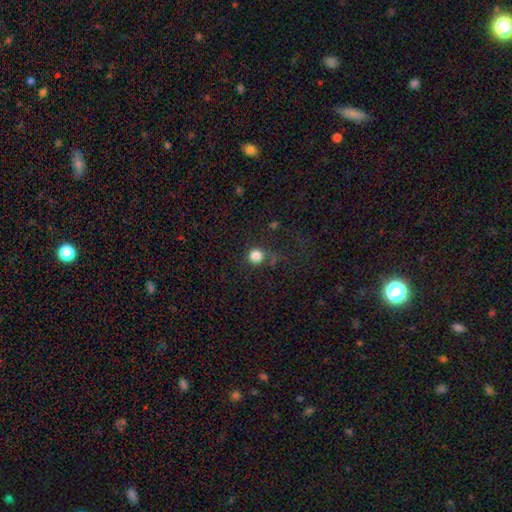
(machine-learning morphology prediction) smooth-or-featured: smooth: 84% | star or artifact: 12% | featured or disk: 5%
  how-rounded: round: 93% | in between: 6% | cigar-shaped: 1%
  merging: none: 75% | minor disturbance: 12% | major disturbance: 7% | merger: 6%